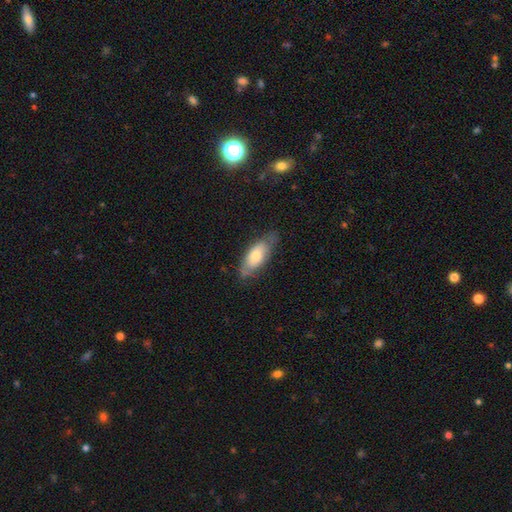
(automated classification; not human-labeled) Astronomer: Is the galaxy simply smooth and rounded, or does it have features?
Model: smooth — 67%.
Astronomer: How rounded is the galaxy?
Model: in between — 77%.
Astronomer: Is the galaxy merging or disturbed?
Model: none — 67%.